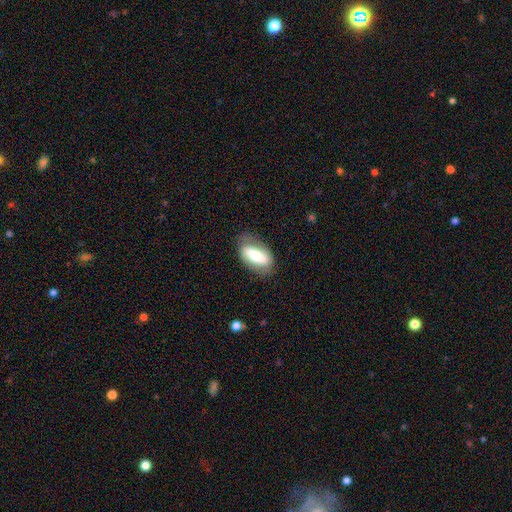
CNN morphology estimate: Smooth or featured? Predicted: smooth (p=0.58). How rounded? Predicted: in between (p=0.87). Merging? Predicted: none (p=0.74).